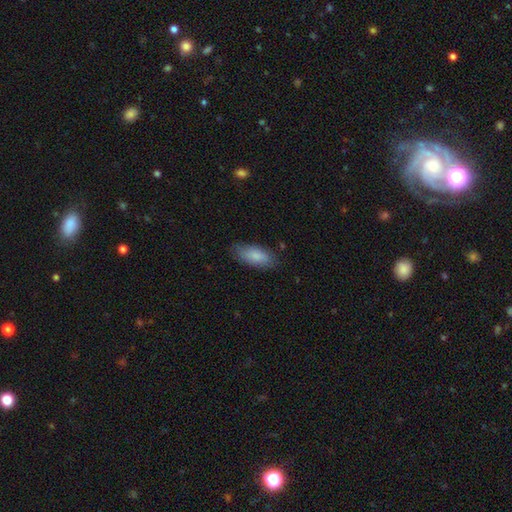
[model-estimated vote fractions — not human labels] Smooth or featured? smooth (85%)
How rounded? in between (85%)
Merging? none (76%)